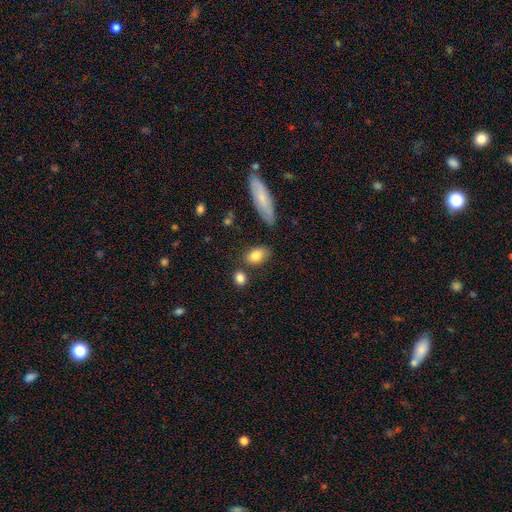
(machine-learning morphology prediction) Smooth or featured? smooth (83%)
How rounded? in between (83%)
Merging? none (74%)